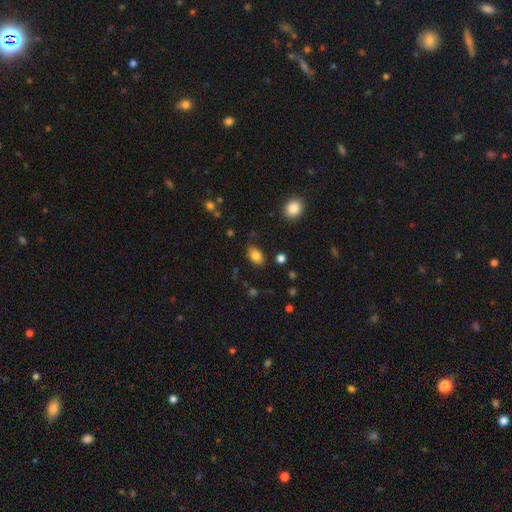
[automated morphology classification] A smooth galaxy with no disk features (83%) that is in between round and cigar-shaped (84%).

Vote fractions:
- Smooth or featured? smooth: 83% / star or artifact: 9% / featured or disk: 8%
- How rounded? in between: 84% / round: 15% / cigar-shaped: 2%
- Merging? none: 81% / minor disturbance: 14% / major disturbance: 3% / merger: 2%